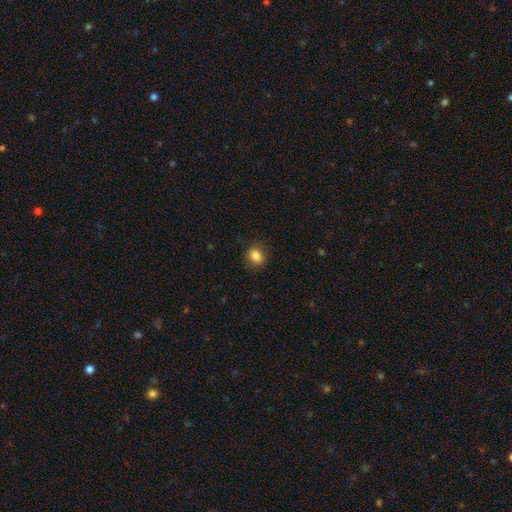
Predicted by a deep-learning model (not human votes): The model was most divided on "how rounded": round: 66%, in between: 33%, cigar-shaped: 1%. More confident: smooth or featured — smooth (85%); merging — none (84%).